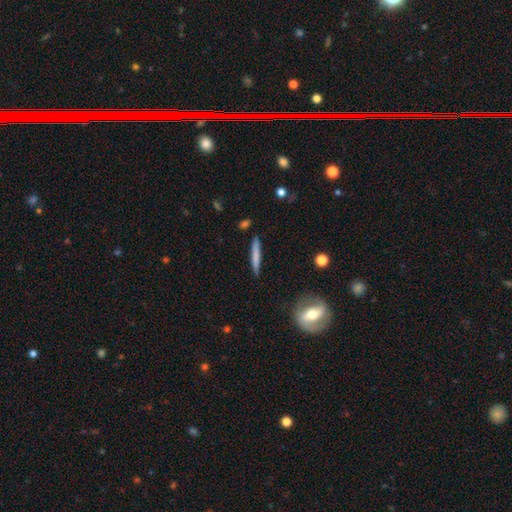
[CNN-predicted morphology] A smooth galaxy with no disk features (71%) that is cigar-shaped (95%).

Vote fractions:
- Smooth or featured? smooth: 71% / featured or disk: 24% / star or artifact: 6%
- How rounded? cigar-shaped: 95% / in between: 3% / round: 1%
- Merging? none: 88% / minor disturbance: 8% / merger: 2% / major disturbance: 2%